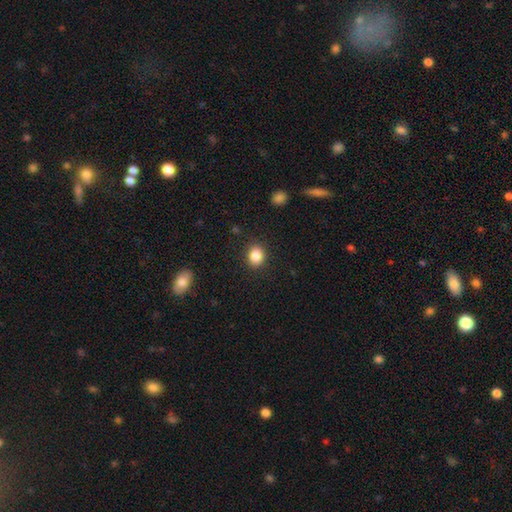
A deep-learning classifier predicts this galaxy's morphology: This appears to be a smooth galaxy with no disk features (87%) that is round (60%). Merging: none (88%).